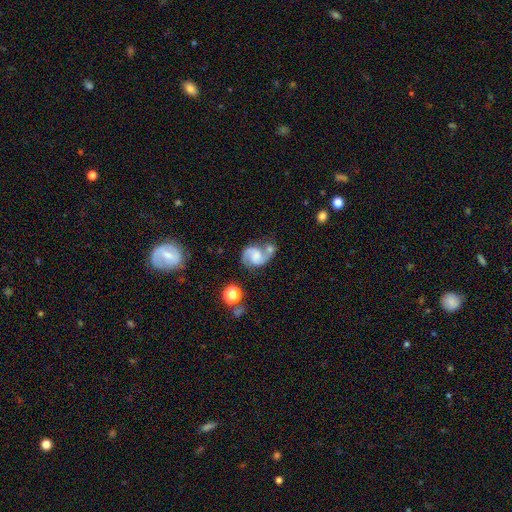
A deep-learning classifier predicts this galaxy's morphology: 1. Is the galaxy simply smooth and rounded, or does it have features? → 78% featured or disk, 14% smooth, 7% star or artifact.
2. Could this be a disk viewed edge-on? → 98% no, 2% yes.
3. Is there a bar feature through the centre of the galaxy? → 54% no, 37% weak, 10% strong.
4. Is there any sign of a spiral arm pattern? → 95% yes, 5% no.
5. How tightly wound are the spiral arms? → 52% medium, 32% loose, 16% tight.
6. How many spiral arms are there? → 90% 2, 4% 1, 3% can't tell, 1% 3, 1% 4, 1% more than 4.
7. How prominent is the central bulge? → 36% none, 24% moderate, 24% small, 13% large, 3% dominant.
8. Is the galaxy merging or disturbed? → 41% none, 34% merger, 16% minor disturbance, 9% major disturbance.